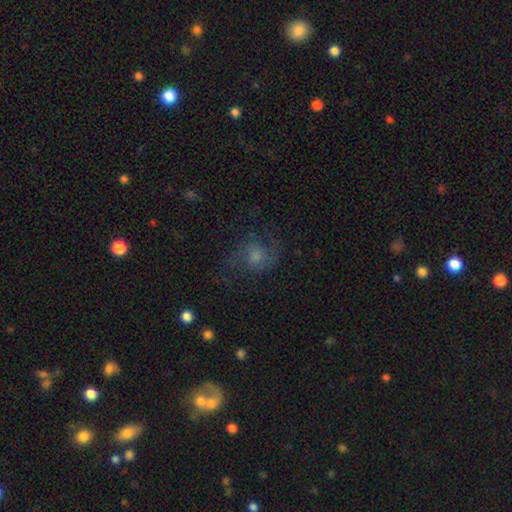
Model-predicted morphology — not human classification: Smooth or featured? featured or disk (53%)
Edge-on disk? no (97%)
Bar? no (71%)
Spiral arms? yes (85%)
Bulge size? moderate (39%)
Merging? none (58%)